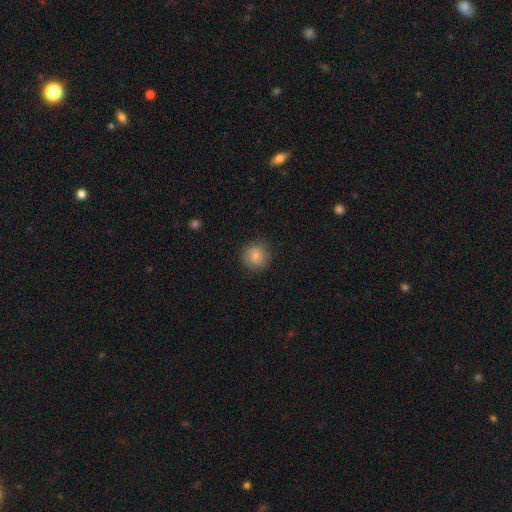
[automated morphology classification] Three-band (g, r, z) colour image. It shows a smooth galaxy with no disk features (84%) that is round (92%). Merging: none (87%).